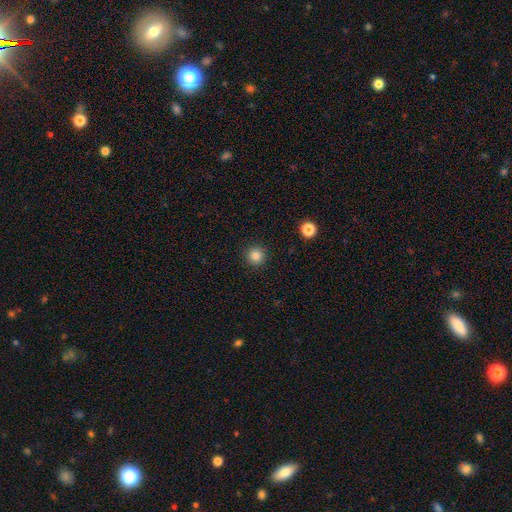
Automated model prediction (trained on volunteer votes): smooth 83%, star or artifact 12%, featured or disk 5%. Down the decision tree: how rounded — round (95%); merging — none (92%).